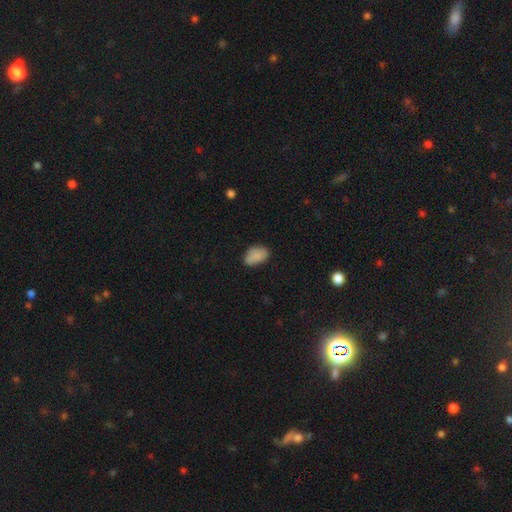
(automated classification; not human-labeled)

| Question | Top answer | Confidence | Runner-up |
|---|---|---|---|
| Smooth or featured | smooth | 86% | star or artifact (8%) |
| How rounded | in between | 90% | round (9%) |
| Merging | none | 73% | minor disturbance (21%) |